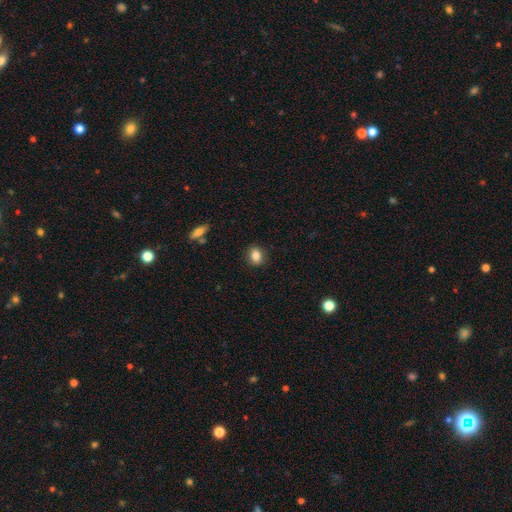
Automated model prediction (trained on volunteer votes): Smooth or featured?
  - smooth: 84% *
  - star or artifact: 9%
  - featured or disk: 7%
How rounded?
  - in between: 54% *
  - round: 45%
  - cigar-shaped: 2%
Merging?
  - none: 89% *
  - minor disturbance: 8%
  - major disturbance: 2%
  - merger: 1%